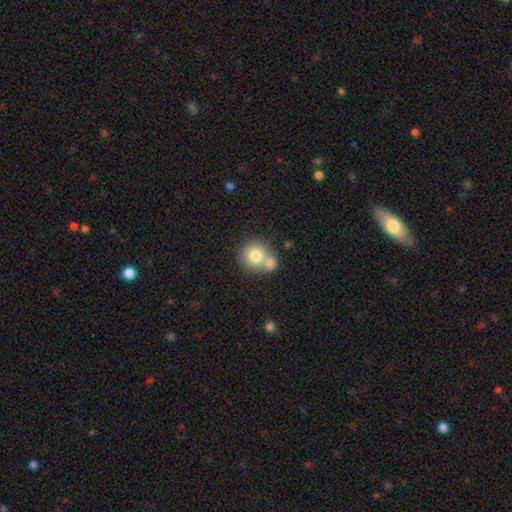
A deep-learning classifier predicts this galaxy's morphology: type=smooth (76%); roundness=round (89%); merging=none (46%).